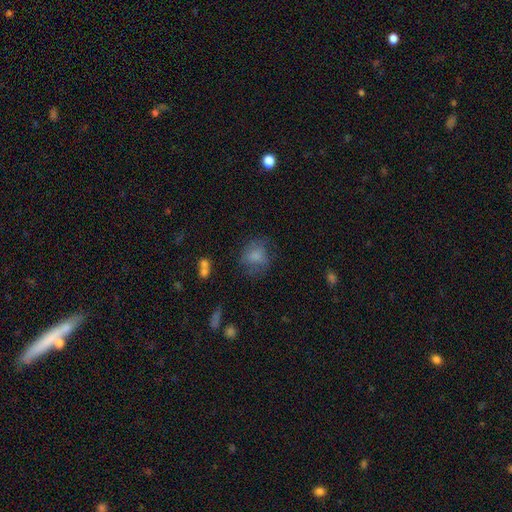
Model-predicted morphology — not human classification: Q: Smooth or featured?
A: smooth (69%); runner-up: featured or disk (19%)
Q: How rounded?
A: round (61%); runner-up: in between (38%)
Q: Merging?
A: none (55%); runner-up: minor disturbance (24%)